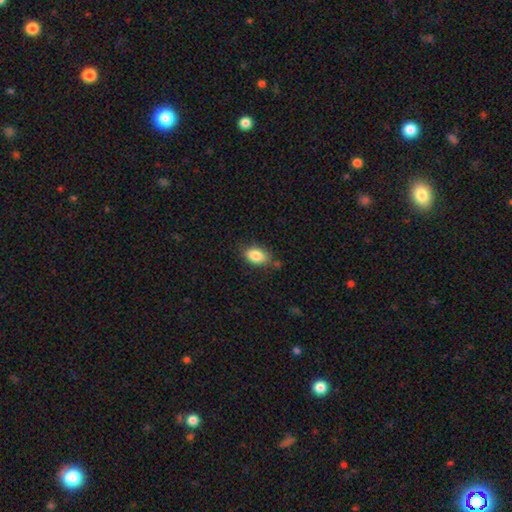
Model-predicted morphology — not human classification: Overall: smooth (86%). How rounded: in between (86%). Merging: none (72%).